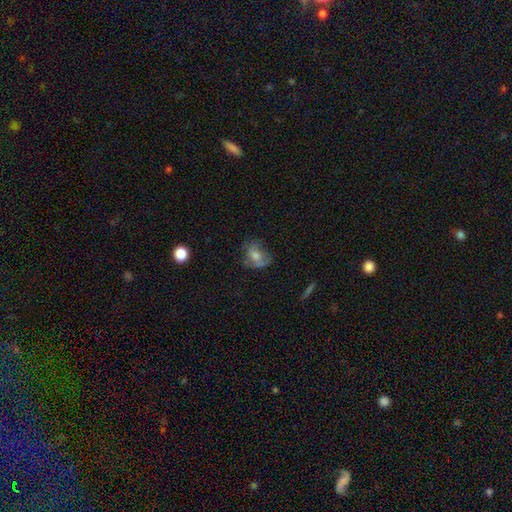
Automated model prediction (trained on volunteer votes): smooth_or_featured: smooth (p=0.50) [alt: featured or disk p=0.36]
how_rounded: in between (p=0.58) [alt: round p=0.40]
merging: none (p=0.54) [alt: minor disturbance p=0.26]